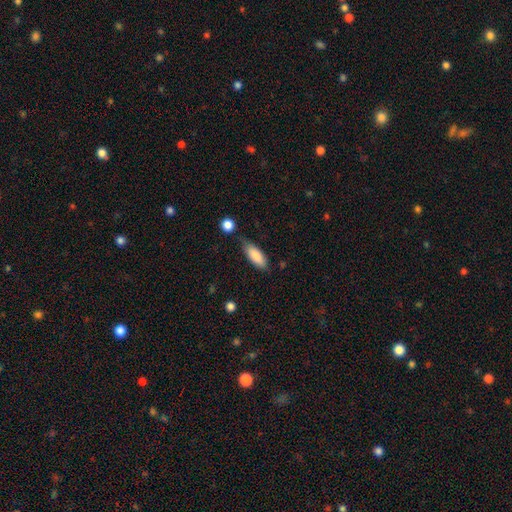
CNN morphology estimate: Smooth or featured?
  - smooth: 85% *
  - featured or disk: 9%
  - star or artifact: 6%
How rounded?
  - in between: 71% *
  - cigar-shaped: 27%
  - round: 2%
Merging?
  - none: 64% *
  - minor disturbance: 24%
  - merger: 6%
  - major disturbance: 5%